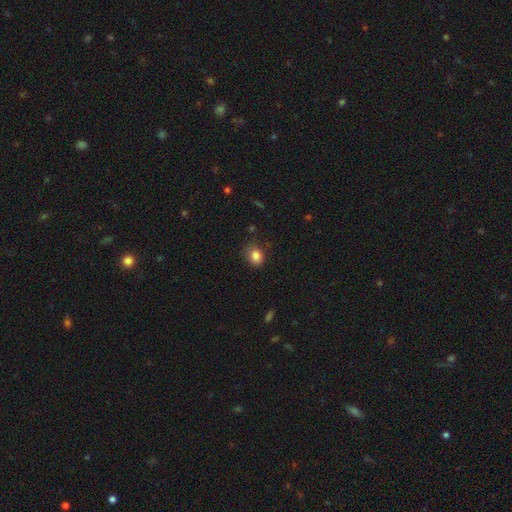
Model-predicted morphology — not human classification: Q: Smooth or featured?
A: smooth (84%); runner-up: star or artifact (10%)
Q: How rounded?
A: in between (54%); runner-up: round (45%)
Q: Merging?
A: none (72%); runner-up: minor disturbance (22%)